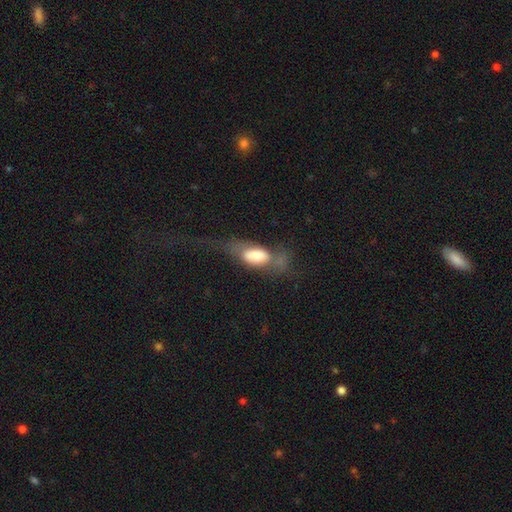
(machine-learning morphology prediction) The model was most divided on "merging": major disturbance: 43%, none: 28%, minor disturbance: 22%, merger: 7%. More confident: how rounded — in between (84%); smooth or featured — smooth (65%).